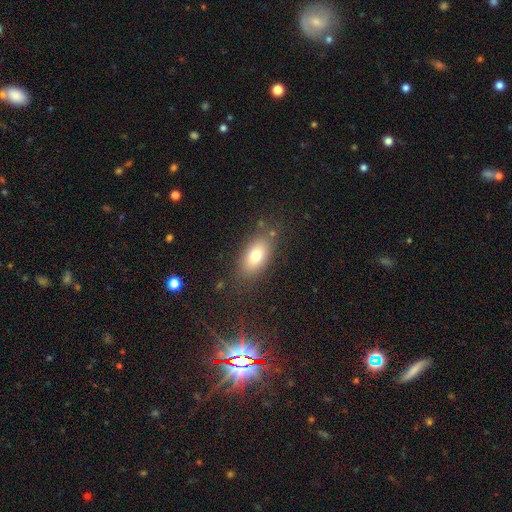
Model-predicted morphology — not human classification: Smooth or featured: smooth — 75% (featured or disk — 16%)
How rounded: in between — 87% (round — 7%)
Merging: none — 79% (minor disturbance — 13%)